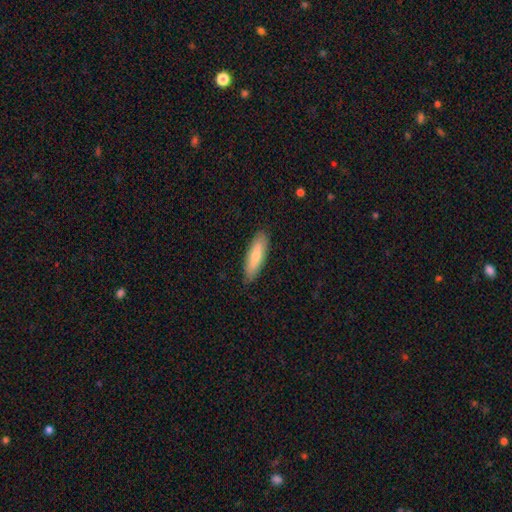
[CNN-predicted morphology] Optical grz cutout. It shows a smooth galaxy with no disk features (73%) that is cigar-shaped (60%). Merging: none (87%).